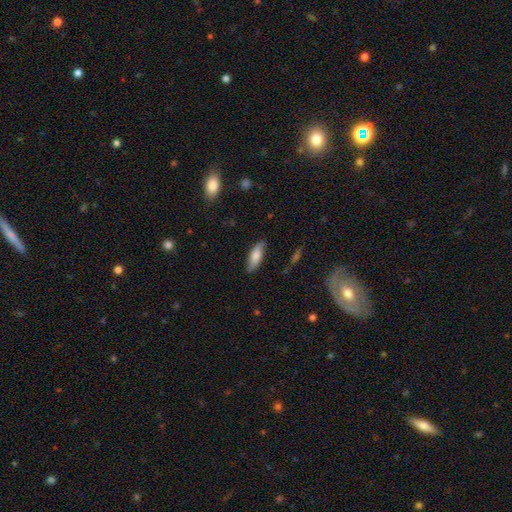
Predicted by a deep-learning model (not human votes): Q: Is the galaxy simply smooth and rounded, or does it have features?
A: smooth — 73%.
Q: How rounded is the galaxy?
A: in between — 63%.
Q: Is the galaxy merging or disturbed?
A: none — 80%.